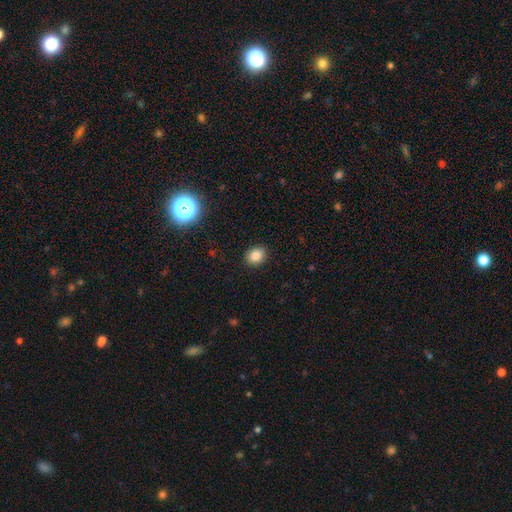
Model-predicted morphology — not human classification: Q: Smooth or featured?
A: smooth (85%); runner-up: star or artifact (10%)
Q: How rounded?
A: round (52%); runner-up: in between (47%)
Q: Merging?
A: none (90%); runner-up: minor disturbance (7%)